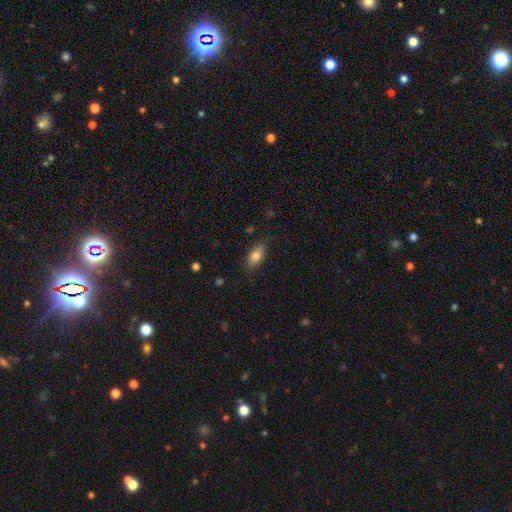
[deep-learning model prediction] Overall: smooth (77%). How rounded: in between (86%). Merging: none (81%).